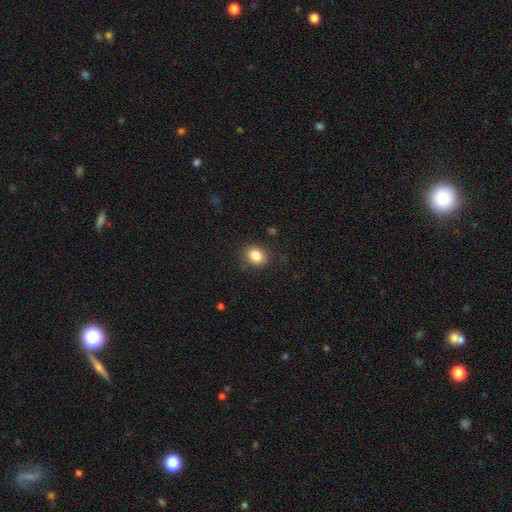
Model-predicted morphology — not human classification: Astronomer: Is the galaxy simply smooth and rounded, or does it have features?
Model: smooth — 84%.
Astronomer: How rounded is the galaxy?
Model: round — 64%.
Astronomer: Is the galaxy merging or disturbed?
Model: none — 84%.